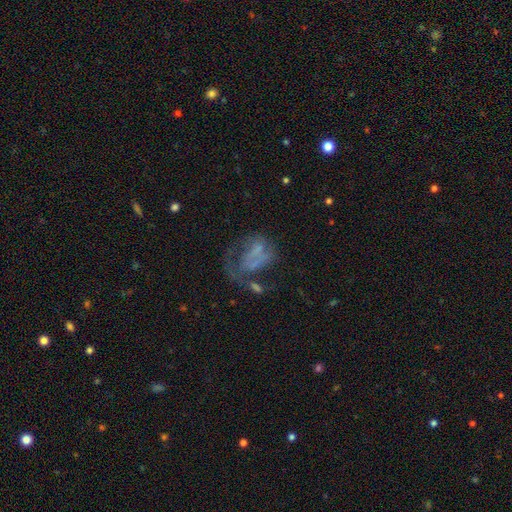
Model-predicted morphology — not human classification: Q: Smooth or featured?
A: featured or disk (53%); runner-up: smooth (31%)
Q: Edge-on disk?
A: no (97%); runner-up: yes (3%)
Q: Bar?
A: no (77%); runner-up: weak (17%)
Q: Spiral arms?
A: no (63%); runner-up: yes (37%)
Q: Bulge size?
A: none (71%); runner-up: small (17%)
Q: Merging?
A: major disturbance (52%); runner-up: none (22%)